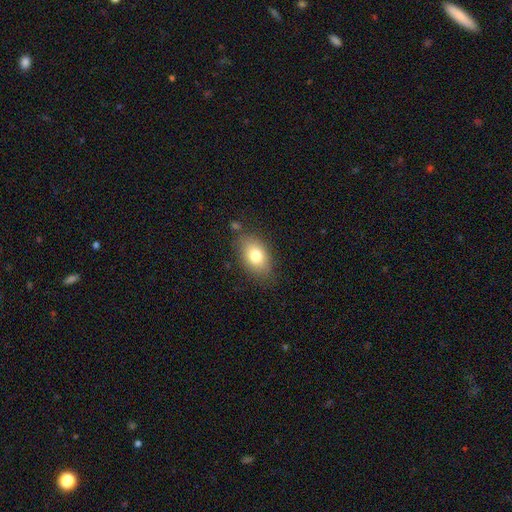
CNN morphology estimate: smooth 80%, featured or disk 12%, star or artifact 8%. Down the decision tree: how rounded — in between (87%); merging — none (77%).